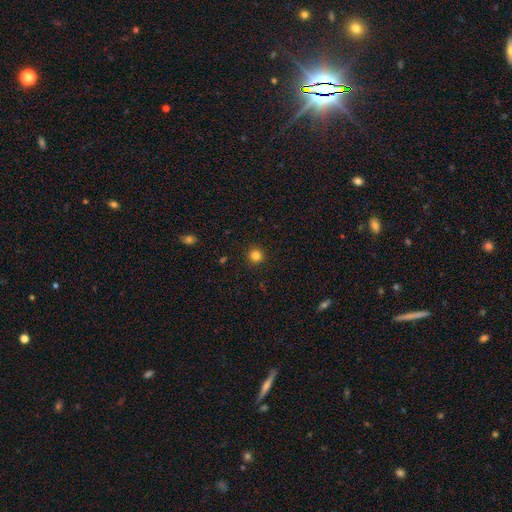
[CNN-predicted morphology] Smooth or featured: smooth — 83% (star or artifact — 13%)
How rounded: round — 94% (in between — 5%)
Merging: none — 92% (minor disturbance — 5%)